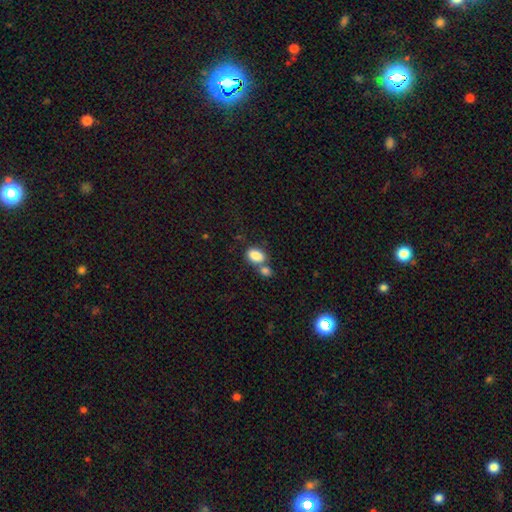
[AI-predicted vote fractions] smooth-or-featured: smooth: 86% | star or artifact: 8% | featured or disk: 6%
  how-rounded: in between: 83% | round: 15% | cigar-shaped: 1%
  merging: none: 44% | merger: 42% | minor disturbance: 10% | major disturbance: 4%